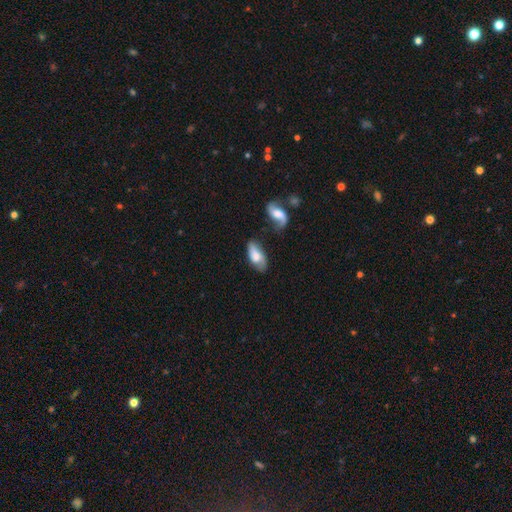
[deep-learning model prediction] Smooth or featured? smooth (61%)
How rounded? in between (90%)
Merging? none (51%)